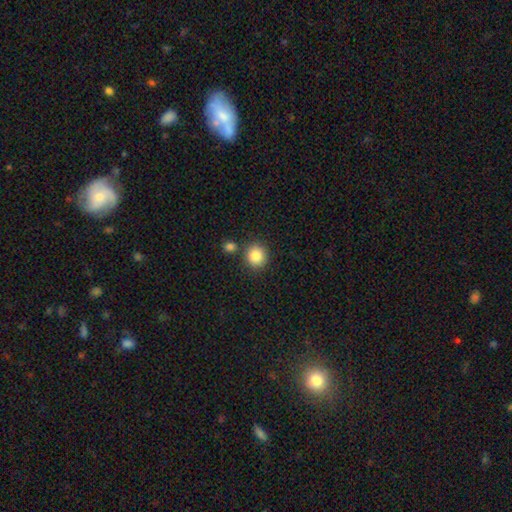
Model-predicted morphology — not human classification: Q: Smooth or featured?
A: smooth (85%); runner-up: star or artifact (9%)
Q: How rounded?
A: round (87%); runner-up: in between (12%)
Q: Merging?
A: none (80%); runner-up: merger (10%)